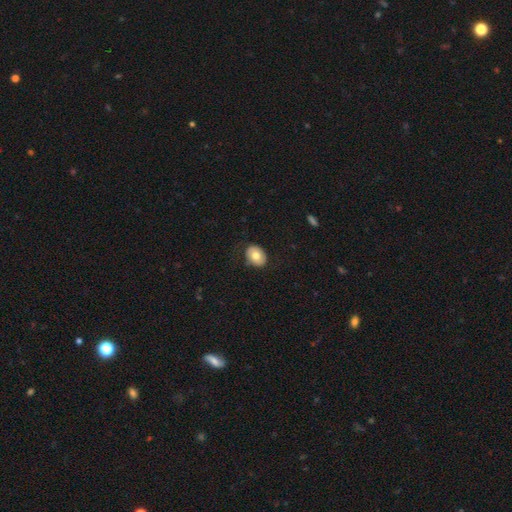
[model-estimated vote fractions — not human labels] The model was most divided on "how rounded": in between: 61%, round: 38%, cigar-shaped: 1%. More confident: merging — none (79%); smooth or featured — smooth (73%).